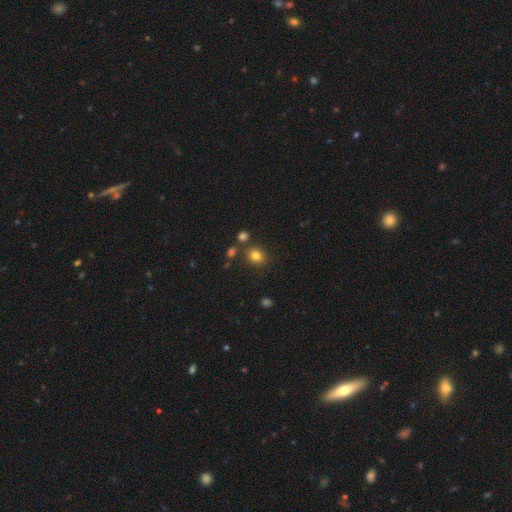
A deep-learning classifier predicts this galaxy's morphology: type=smooth (80%); roundness=round (69%); merging=none (77%).